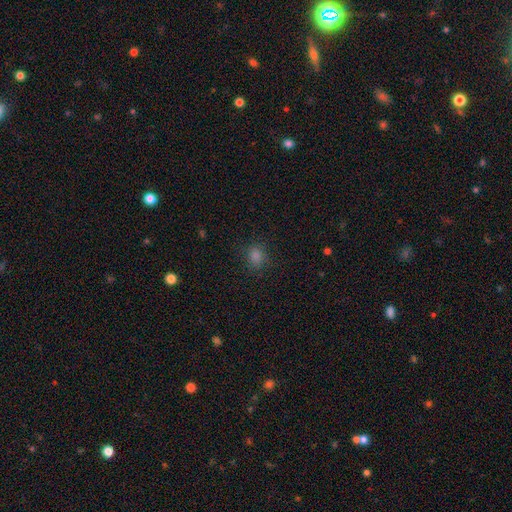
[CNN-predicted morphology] The model was most divided on "how rounded": round: 72%, in between: 27%, cigar-shaped: 1%. More confident: merging — none (86%); smooth or featured — smooth (77%).